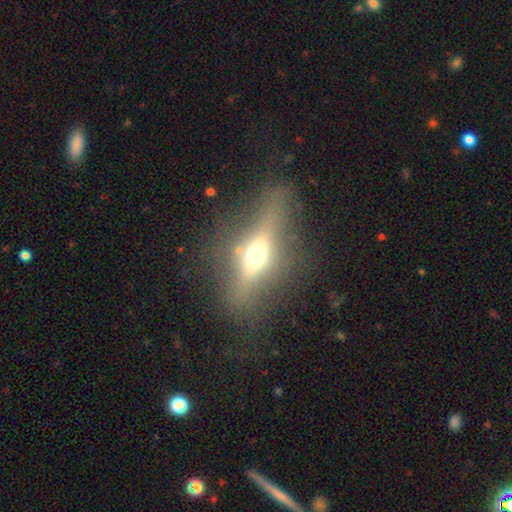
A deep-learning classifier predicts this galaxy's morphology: Smooth or featured?
  - featured or disk: 66% *
  - smooth: 24%
  - star or artifact: 10%
Edge-on disk?
  - yes: 84% *
  - no: 16%
Edge-on bulge?
  - rounded: 94% *
  - boxy: 4%
  - none: 2%
Merging?
  - none: 70% *
  - minor disturbance: 17%
  - major disturbance: 11%
  - merger: 2%